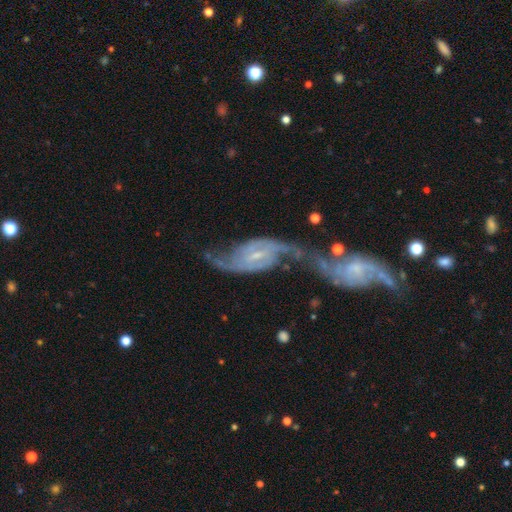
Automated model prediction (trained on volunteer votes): Smooth or featured? featured or disk (88%)
Edge-on disk? no (95%)
Bar? weak (52%)
Spiral arms? yes (95%)
Spiral winding? loose (59%)
Spiral arm count? 2 (90%)
Bulge size? small (64%)
Merging? merger (39%)